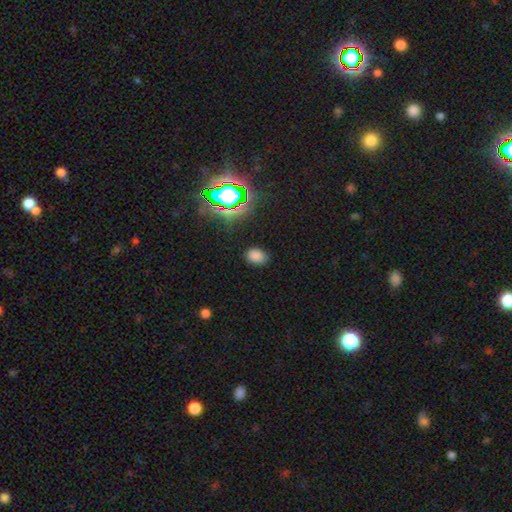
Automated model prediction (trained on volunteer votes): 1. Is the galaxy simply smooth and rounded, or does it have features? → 75% smooth, 20% star or artifact, 6% featured or disk.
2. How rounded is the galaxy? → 72% in between, 27% round, 1% cigar-shaped.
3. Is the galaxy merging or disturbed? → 83% none, 12% minor disturbance, 3% major disturbance, 1% merger.